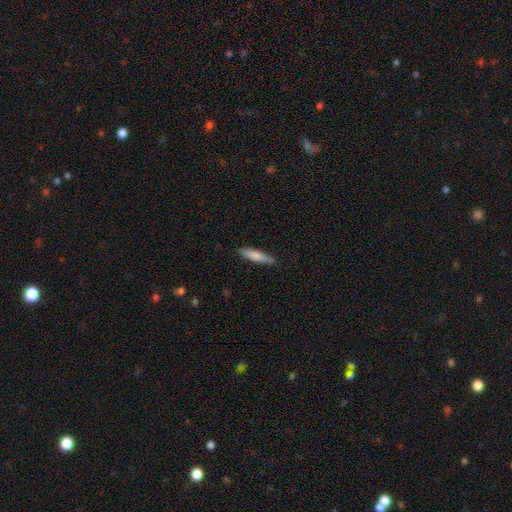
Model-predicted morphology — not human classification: This is likely a smooth galaxy (76%). How rounded: clearly cigar-shaped (82%). Merging: clearly none (88%).